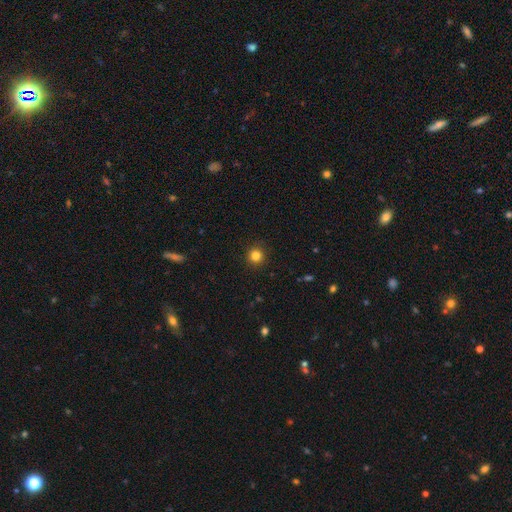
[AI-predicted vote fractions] A smooth galaxy with no disk features (83%) that is round (95%).

Vote fractions:
- Smooth or featured? smooth: 83% / star or artifact: 13% / featured or disk: 5%
- How rounded? round: 95% / in between: 4% / cigar-shaped: 1%
- Merging? none: 92% / minor disturbance: 5% / major disturbance: 2% / merger: 1%